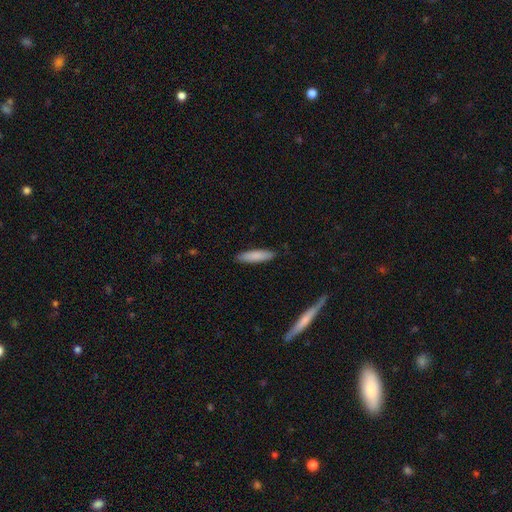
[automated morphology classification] Smooth or featured? Predicted: smooth (p=0.86). How rounded? Predicted: cigar-shaped (p=0.68). Merging? Predicted: none (p=0.88).